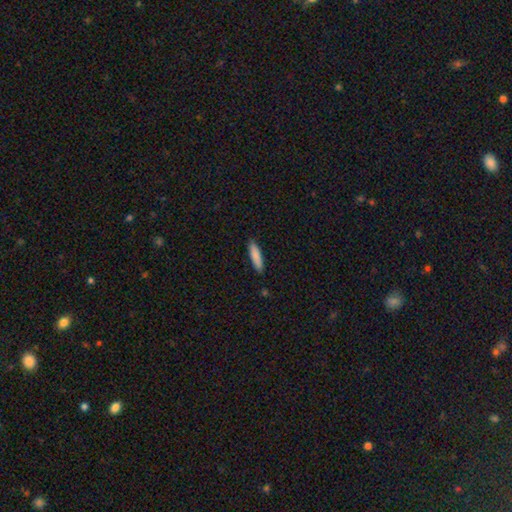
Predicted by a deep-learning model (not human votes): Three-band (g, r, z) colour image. It shows a smooth galaxy with no disk features (86%) that is cigar-shaped (75%). Merging: none (88%).